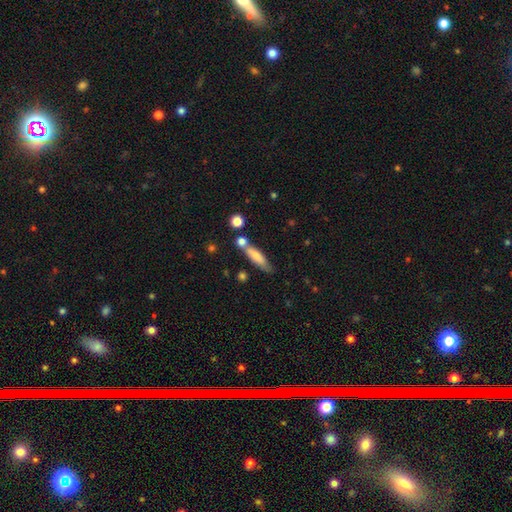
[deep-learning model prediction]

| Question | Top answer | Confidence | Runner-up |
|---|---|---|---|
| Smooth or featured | smooth | 73% | featured or disk (20%) |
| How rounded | cigar-shaped | 72% | in between (26%) |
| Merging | none | 61% | minor disturbance (18%) |